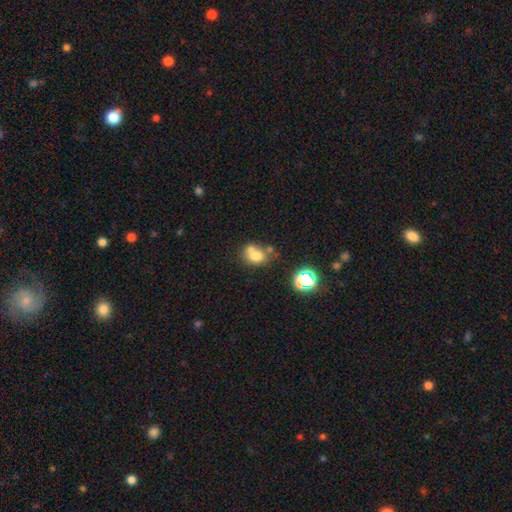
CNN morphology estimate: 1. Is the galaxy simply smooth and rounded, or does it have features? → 68% smooth, 17% featured or disk, 14% star or artifact.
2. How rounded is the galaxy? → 51% in between, 48% round, 1% cigar-shaped.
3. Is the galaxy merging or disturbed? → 46% merger, 34% none, 13% minor disturbance, 7% major disturbance.